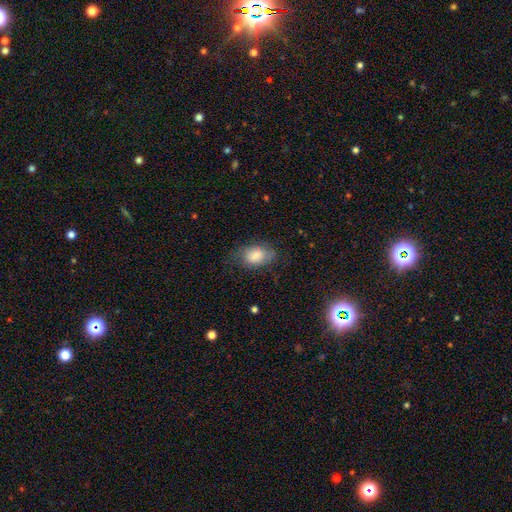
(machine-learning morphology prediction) Smooth or featured?
  - smooth: 81% *
  - featured or disk: 12%
  - star or artifact: 7%
How rounded?
  - in between: 89% *
  - round: 10%
  - cigar-shaped: 2%
Merging?
  - none: 63% *
  - minor disturbance: 25%
  - major disturbance: 11%
  - merger: 2%